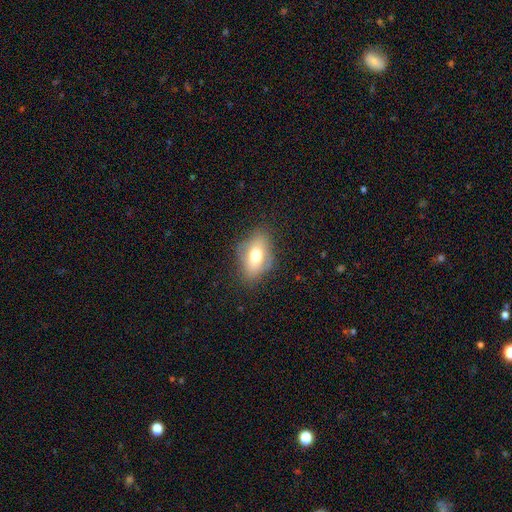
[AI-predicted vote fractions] smooth 65%, featured or disk 26%, star or artifact 9%. Down the decision tree: how rounded — in between (83%); merging — none (71%).